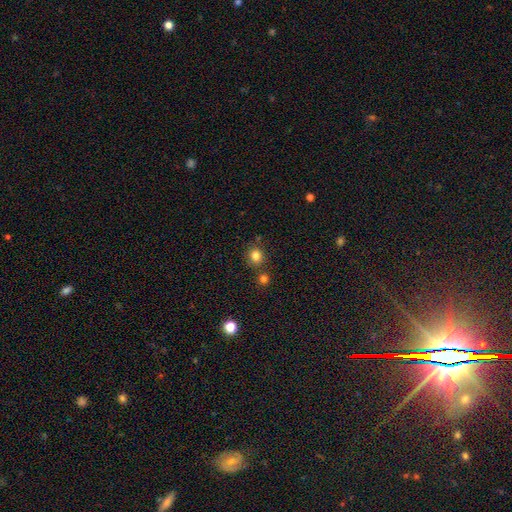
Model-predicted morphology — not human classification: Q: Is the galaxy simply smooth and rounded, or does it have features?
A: smooth — 81%.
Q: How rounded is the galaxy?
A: round — 85%.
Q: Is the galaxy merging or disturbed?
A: none — 76%.